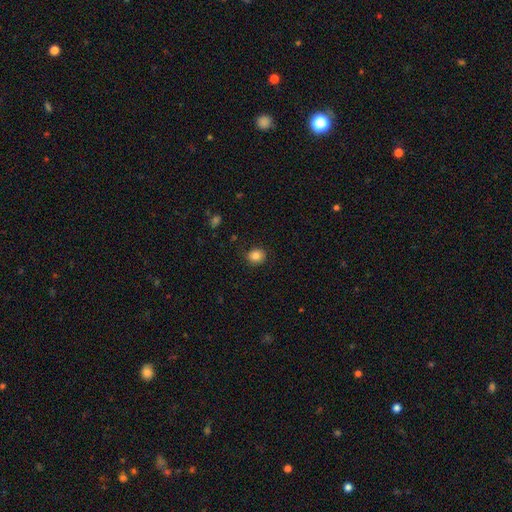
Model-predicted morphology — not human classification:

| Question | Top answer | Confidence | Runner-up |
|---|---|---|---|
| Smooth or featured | smooth | 85% | star or artifact (10%) |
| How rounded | round | 76% | in between (23%) |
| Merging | none | 87% | minor disturbance (9%) |